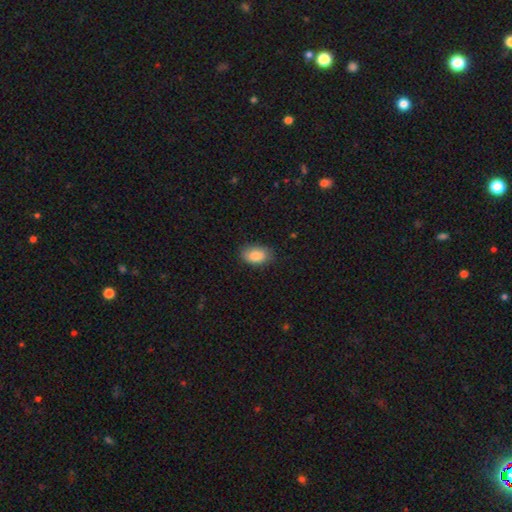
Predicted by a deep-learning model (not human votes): smooth-or-featured: smooth: 86% | star or artifact: 7% | featured or disk: 7%
  how-rounded: in between: 90% | round: 9% | cigar-shaped: 1%
  merging: none: 79% | minor disturbance: 17% | major disturbance: 3% | merger: 1%